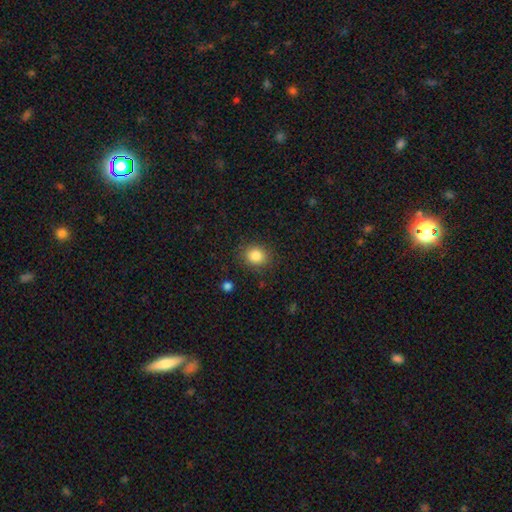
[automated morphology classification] Q: Smooth or featured?
A: smooth (84%); runner-up: star or artifact (10%)
Q: How rounded?
A: round (71%); runner-up: in between (29%)
Q: Merging?
A: none (86%); runner-up: minor disturbance (10%)